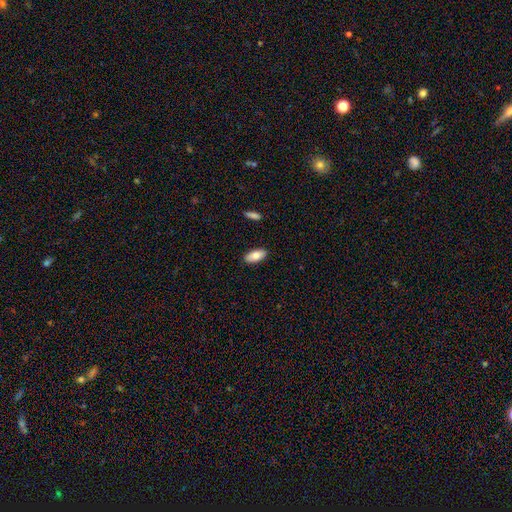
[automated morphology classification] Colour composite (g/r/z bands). It shows a smooth galaxy with no disk features (78%) that is in between round and cigar-shaped (90%). Merging: none (89%).